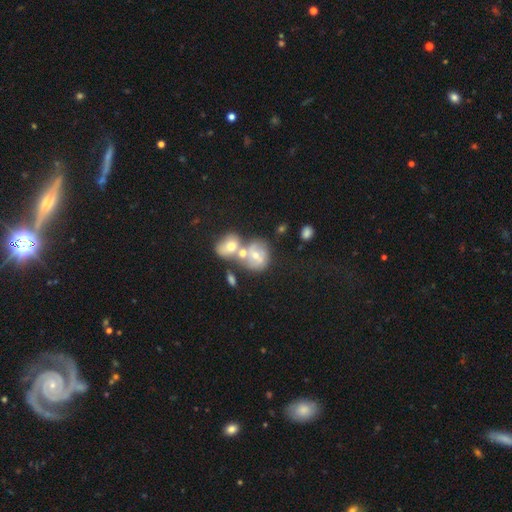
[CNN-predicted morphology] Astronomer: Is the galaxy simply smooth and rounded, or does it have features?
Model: featured or disk — 45% (runner-up: smooth, 44%).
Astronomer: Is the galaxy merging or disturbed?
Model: merger — 58%.